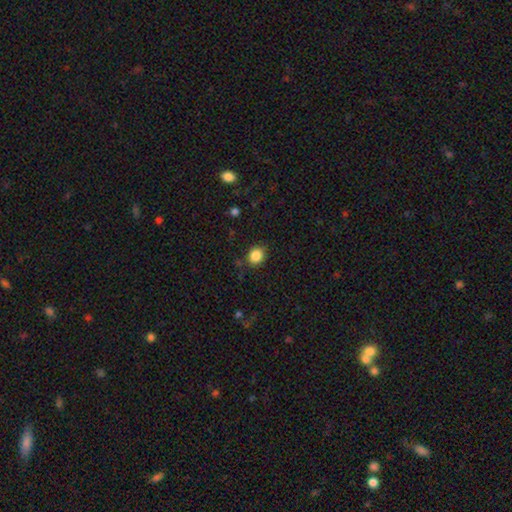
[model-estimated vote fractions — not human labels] Q: Smooth or featured?
A: smooth (85%); runner-up: star or artifact (10%)
Q: How rounded?
A: round (70%); runner-up: in between (29%)
Q: Merging?
A: none (83%); runner-up: minor disturbance (12%)